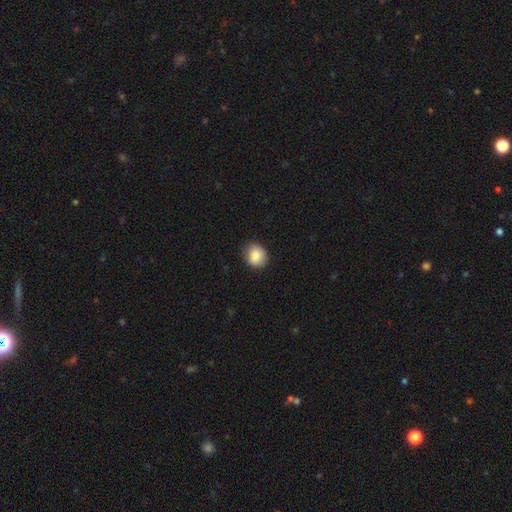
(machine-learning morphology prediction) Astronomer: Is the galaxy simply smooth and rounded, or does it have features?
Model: smooth — 84%.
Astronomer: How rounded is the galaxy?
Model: round — 71%.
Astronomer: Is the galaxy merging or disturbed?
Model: none — 85%.